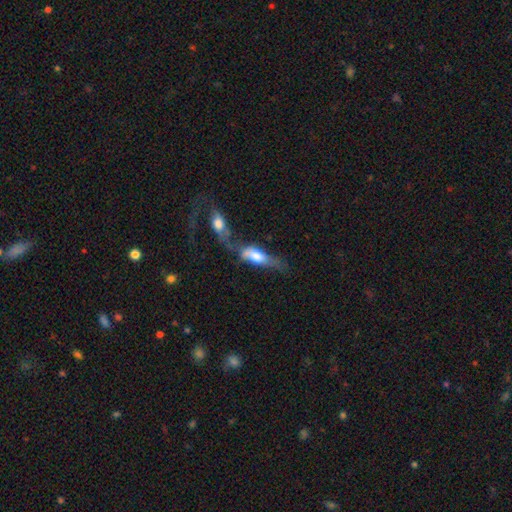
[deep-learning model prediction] Q: Smooth or featured?
A: smooth (56%); runner-up: featured or disk (36%)
Q: How rounded?
A: in between (65%); runner-up: cigar-shaped (32%)
Q: Merging?
A: merger (51%); runner-up: major disturbance (18%)